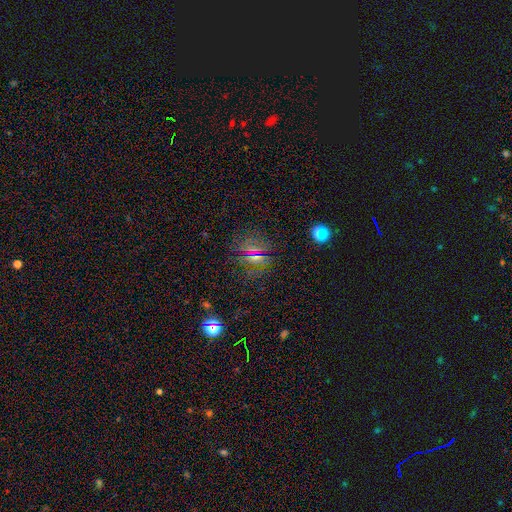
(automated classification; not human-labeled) A star or artifact, not a galaxy (50%).